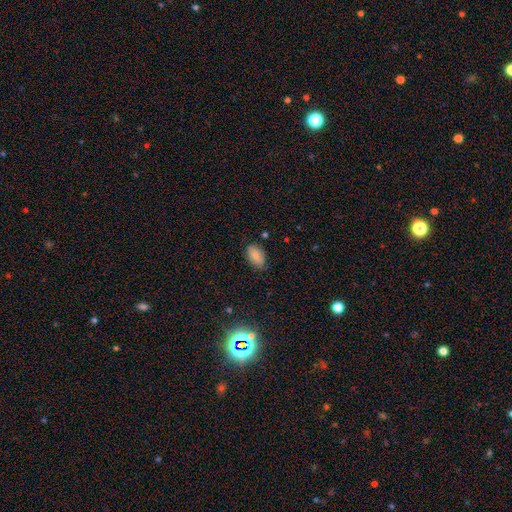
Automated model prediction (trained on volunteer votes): The model was most divided on "merging": none: 76%, minor disturbance: 19%, major disturbance: 3%, merger: 1%. More confident: how rounded — in between (93%); smooth or featured — smooth (81%).